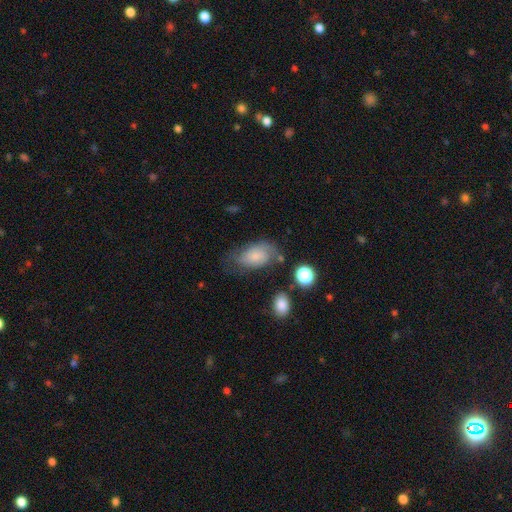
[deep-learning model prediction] smooth-or-featured: smooth: 62% | featured or disk: 29% | star or artifact: 9%
  how-rounded: in between: 90% | round: 8% | cigar-shaped: 2%
  merging: none: 52% | minor disturbance: 28% | major disturbance: 16% | merger: 4%